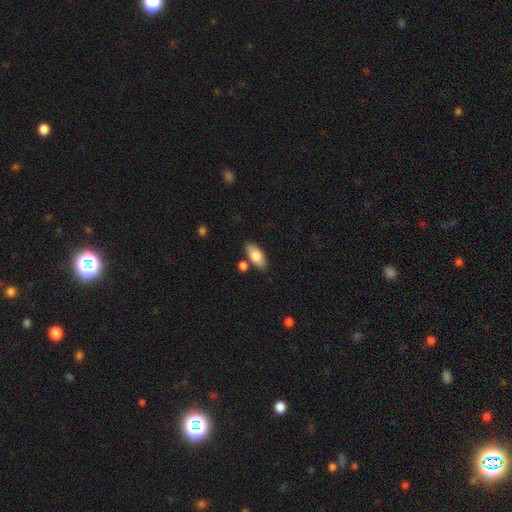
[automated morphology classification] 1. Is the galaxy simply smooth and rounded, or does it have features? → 80% smooth, 13% featured or disk, 6% star or artifact.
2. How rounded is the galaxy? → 89% in between, 8% cigar-shaped, 3% round.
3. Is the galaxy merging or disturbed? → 79% none, 11% minor disturbance, 8% merger, 2% major disturbance.